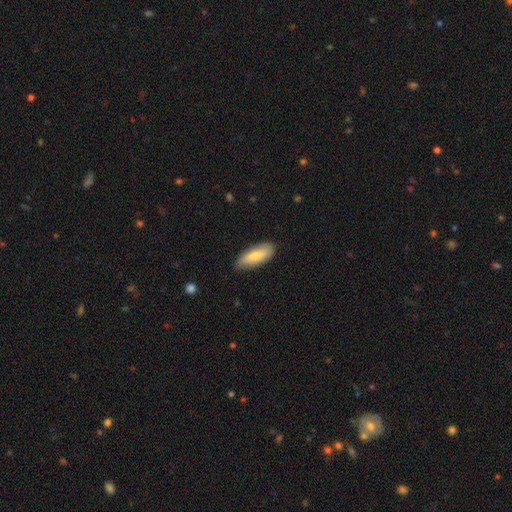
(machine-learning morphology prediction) The model was most divided on "how rounded": in between: 73%, cigar-shaped: 25%, round: 2%. More confident: merging — none (82%); smooth or featured — smooth (77%).